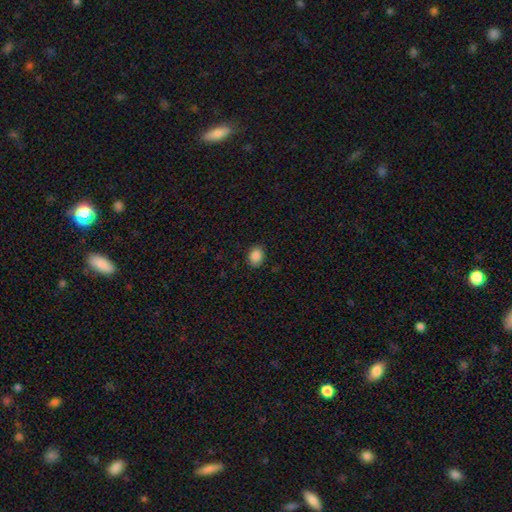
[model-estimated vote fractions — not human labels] Q: Smooth or featured?
A: smooth (87%); runner-up: star or artifact (9%)
Q: How rounded?
A: in between (53%); runner-up: round (46%)
Q: Merging?
A: none (87%); runner-up: minor disturbance (9%)